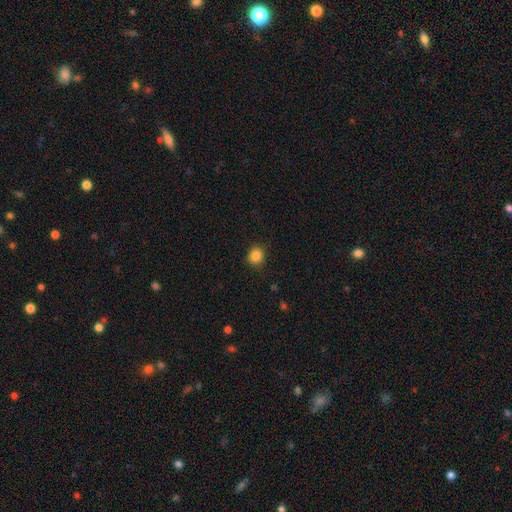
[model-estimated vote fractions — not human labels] The model was most divided on "how rounded": round: 82%, in between: 17%, cigar-shaped: 1%. More confident: merging — none (87%); smooth or featured — smooth (86%).